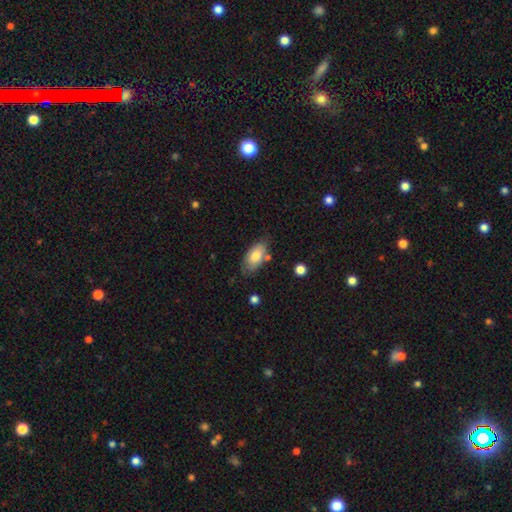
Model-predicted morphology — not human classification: type=smooth (78%); roundness=in between (93%); merging=none (69%).